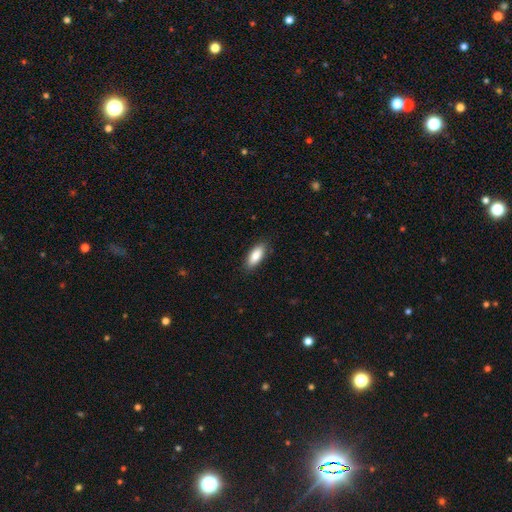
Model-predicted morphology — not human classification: smooth_or_featured: smooth (p=0.86) [alt: featured or disk p=0.08]
how_rounded: in between (p=0.80) [alt: cigar-shaped p=0.18]
merging: none (p=0.87) [alt: minor disturbance p=0.10]